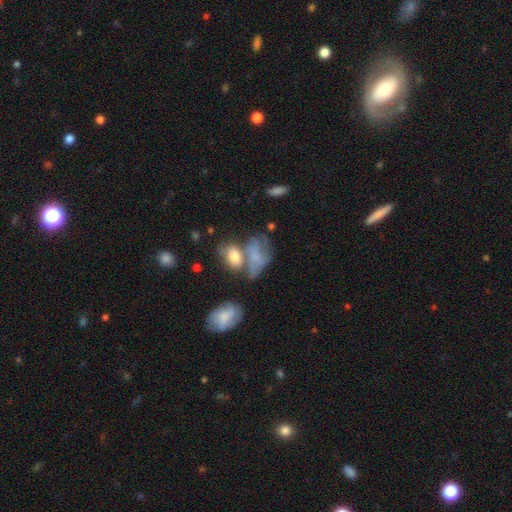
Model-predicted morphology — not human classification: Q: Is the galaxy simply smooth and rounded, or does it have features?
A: smooth — 49%.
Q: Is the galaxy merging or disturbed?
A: merger — 35%.